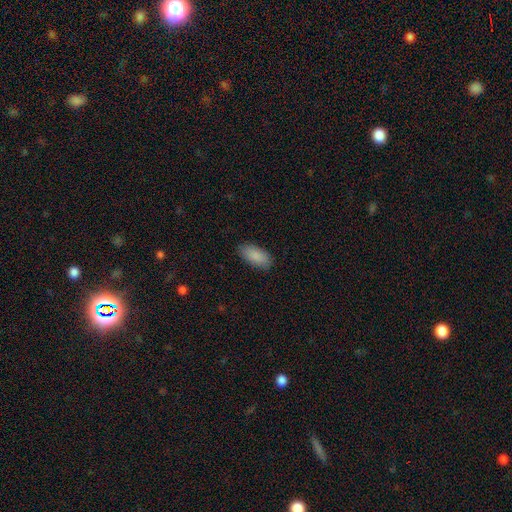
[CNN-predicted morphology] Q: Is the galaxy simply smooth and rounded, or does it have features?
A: smooth — 90%.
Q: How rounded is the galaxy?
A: in between — 92%.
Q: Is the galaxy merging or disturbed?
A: none — 87%.